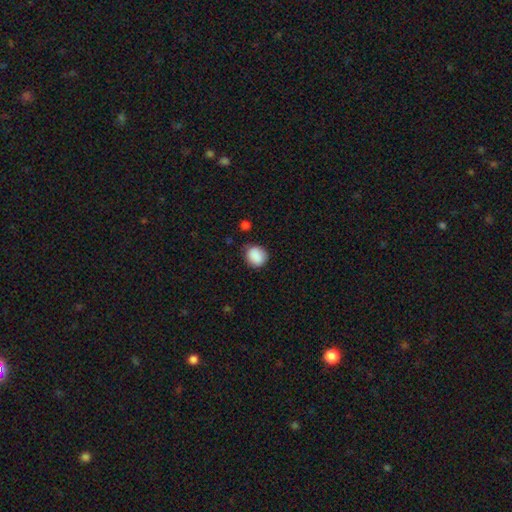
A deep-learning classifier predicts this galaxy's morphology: The model was most divided on "how rounded": round: 74%, in between: 25%, cigar-shaped: 1%. More confident: smooth or featured — smooth (89%); merging — none (80%).